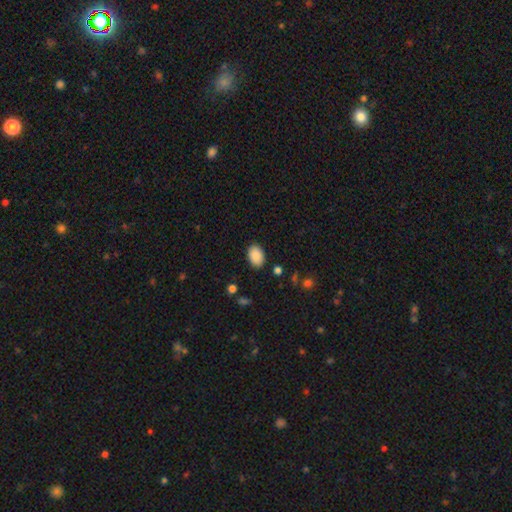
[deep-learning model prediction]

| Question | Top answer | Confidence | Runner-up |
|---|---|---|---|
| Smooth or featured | smooth | 89% | star or artifact (7%) |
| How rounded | in between | 87% | round (12%) |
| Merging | none | 88% | minor disturbance (9%) |